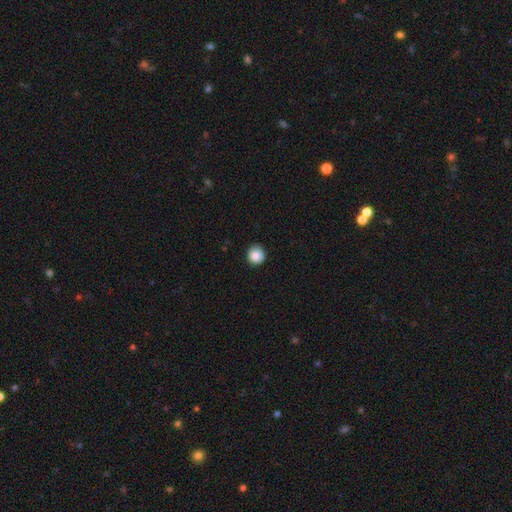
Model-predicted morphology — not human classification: The model was most divided on "smooth or featured": smooth: 87%, star or artifact: 9%, featured or disk: 4%. More confident: how rounded — round (93%); merging — none (89%).